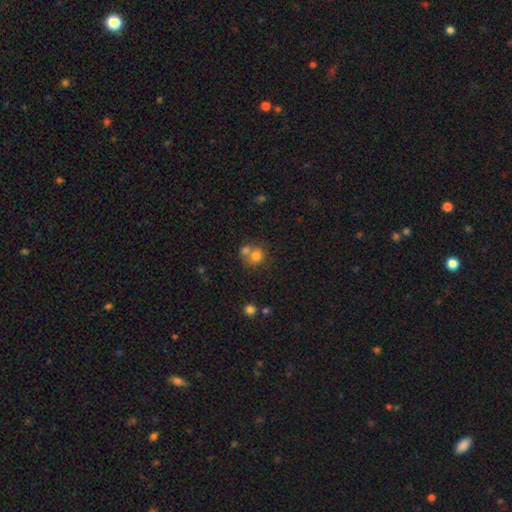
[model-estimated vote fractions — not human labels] This is likely a smooth galaxy (74%). How rounded: clearly round (80%). Merging: possibly merger (46%).